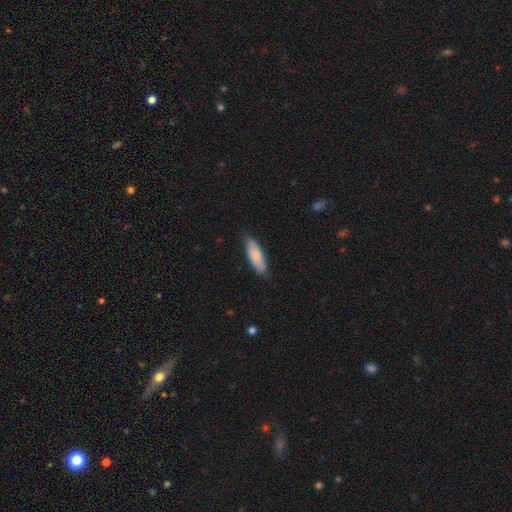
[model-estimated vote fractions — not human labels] Smooth or featured? smooth (77%)
How rounded? in between (51%)
Merging? none (82%)